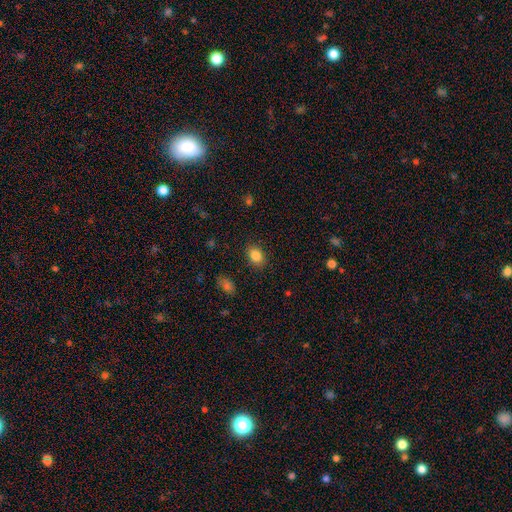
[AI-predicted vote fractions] smooth_or_featured: smooth (p=0.84) [alt: star or artifact p=0.10]
how_rounded: in between (p=0.66) [alt: round p=0.33]
merging: none (p=0.87) [alt: minor disturbance p=0.09]